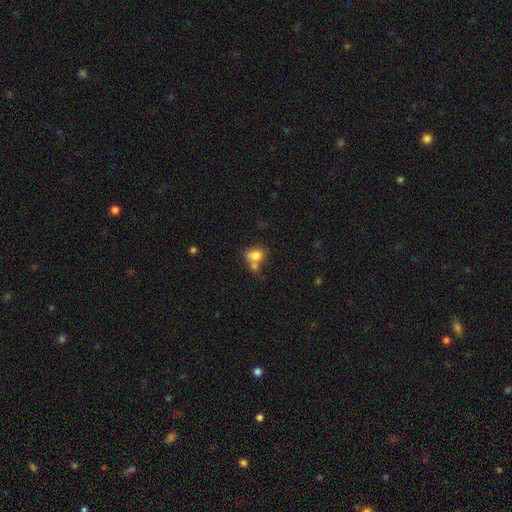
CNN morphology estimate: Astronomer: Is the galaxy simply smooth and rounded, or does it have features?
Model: smooth — 77%.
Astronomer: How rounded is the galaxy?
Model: in between — 62%.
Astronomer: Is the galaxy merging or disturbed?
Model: merger — 46% (runner-up: none, 34%).